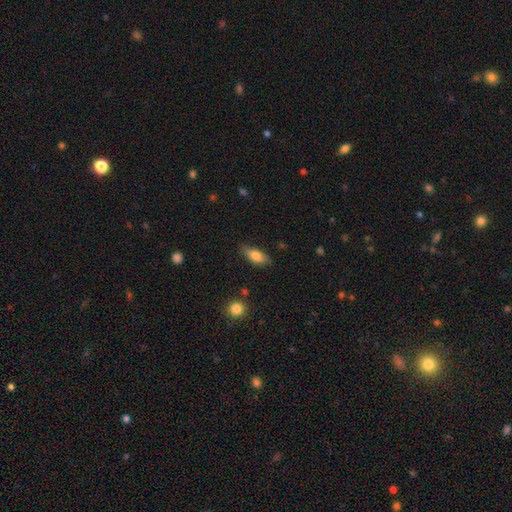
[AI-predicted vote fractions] Overall: smooth (77%). How rounded: in between (77%). Merging: none (79%).